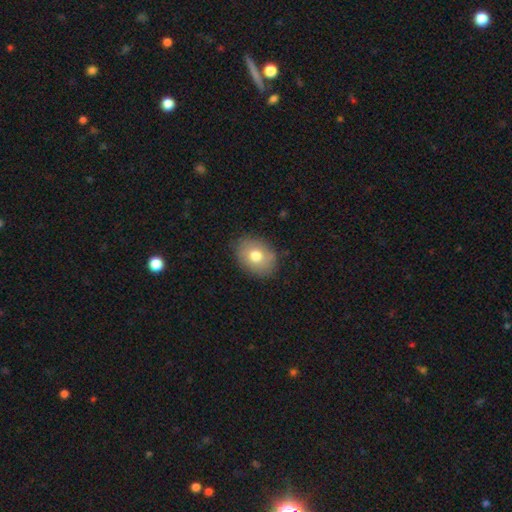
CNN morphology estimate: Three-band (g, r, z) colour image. It shows a smooth galaxy with no disk features (75%) that is in between round and cigar-shaped (61%). Merging: none (83%).